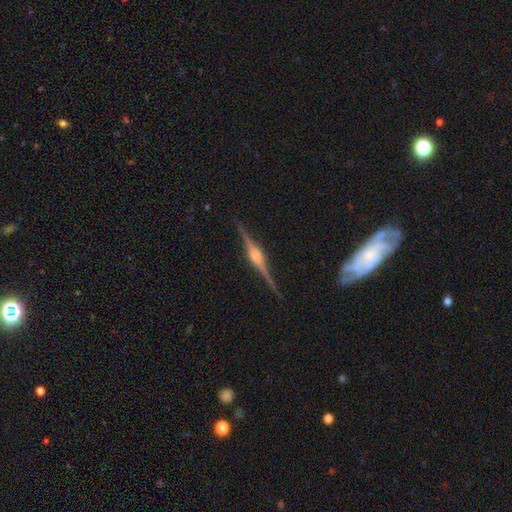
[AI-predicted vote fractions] This is clearly a featured or disk galaxy (87%). It is clearly viewed edge-on (98%). Edge-on bulge: likely rounded (80%). Merging: clearly none (88%).